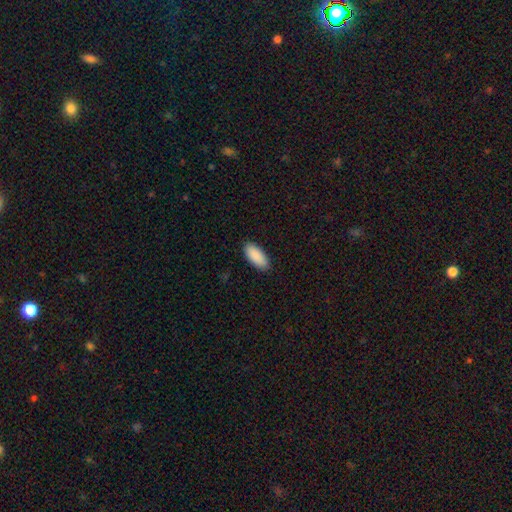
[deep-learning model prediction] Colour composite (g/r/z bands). It shows a smooth galaxy with no disk features (91%) that is in between round and cigar-shaped (88%). Merging: none (88%).